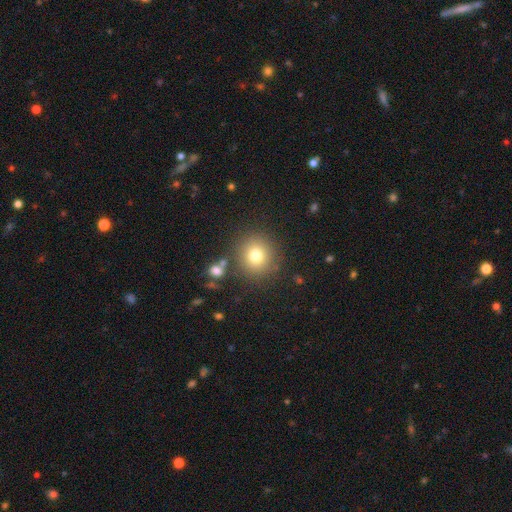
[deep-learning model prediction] Smooth or featured? Predicted: smooth (p=0.77). How rounded? Predicted: round (p=0.89). Merging? Predicted: none (p=0.84).